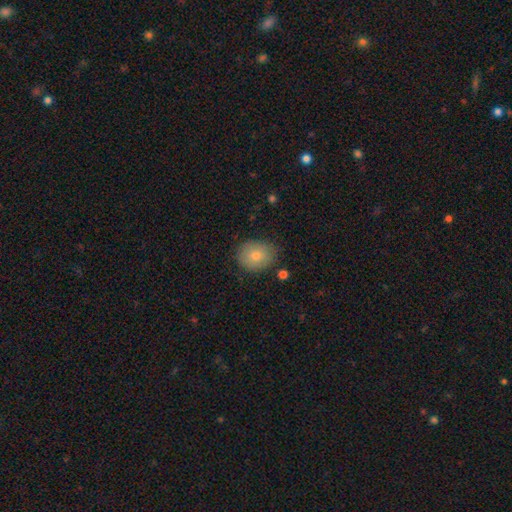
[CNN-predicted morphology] The model was most divided on "how rounded": round: 54%, in between: 45%, cigar-shaped: 1%. More confident: merging — none (78%); smooth or featured — smooth (76%).